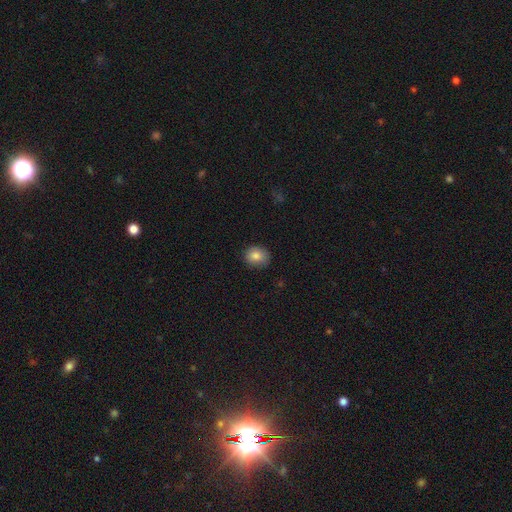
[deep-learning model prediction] This appears to be a smooth galaxy with no disk features (83%) that is round (69%). Merging: none (81%).